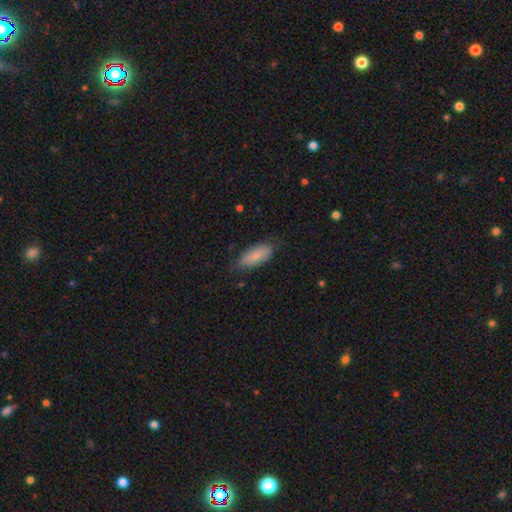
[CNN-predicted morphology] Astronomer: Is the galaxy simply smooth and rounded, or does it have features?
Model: smooth — 81%.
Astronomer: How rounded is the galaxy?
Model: in between — 83%.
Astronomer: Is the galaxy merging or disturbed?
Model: none — 71%.